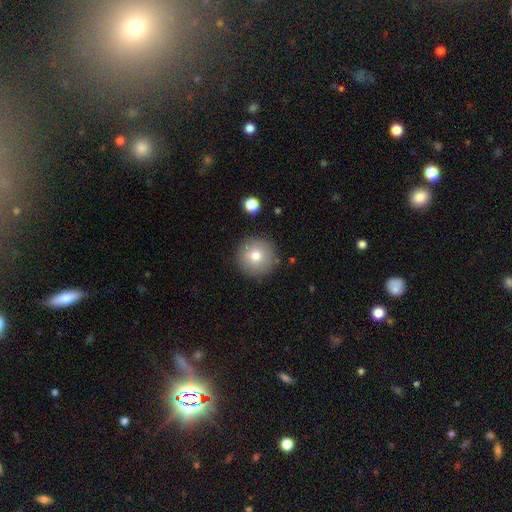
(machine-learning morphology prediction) Q: Smooth or featured?
A: smooth (77%); runner-up: featured or disk (13%)
Q: How rounded?
A: round (96%); runner-up: in between (3%)
Q: Merging?
A: none (88%); runner-up: minor disturbance (8%)